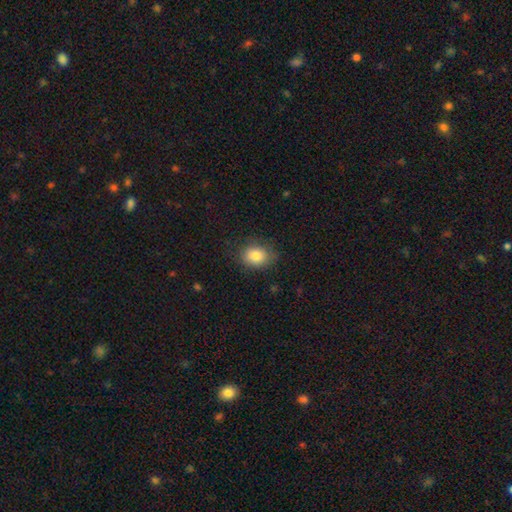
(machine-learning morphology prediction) Overall: smooth (83%). How rounded: in between (60%; round 39%). Merging: none (78%).